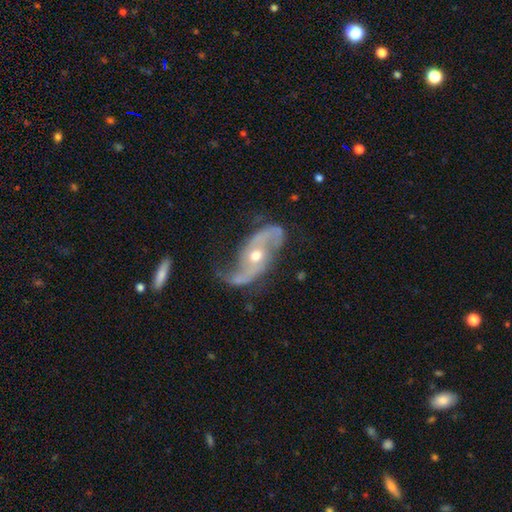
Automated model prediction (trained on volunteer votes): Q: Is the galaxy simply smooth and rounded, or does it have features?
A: featured or disk — 89%.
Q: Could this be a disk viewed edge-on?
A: no — 94%.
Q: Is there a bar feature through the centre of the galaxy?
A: no — 59%.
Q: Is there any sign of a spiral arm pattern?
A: yes — 95%.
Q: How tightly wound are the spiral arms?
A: loose — 59%.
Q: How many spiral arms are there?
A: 2 — 91%.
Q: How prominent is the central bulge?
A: moderate — 67%.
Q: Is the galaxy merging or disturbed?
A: none — 60%.